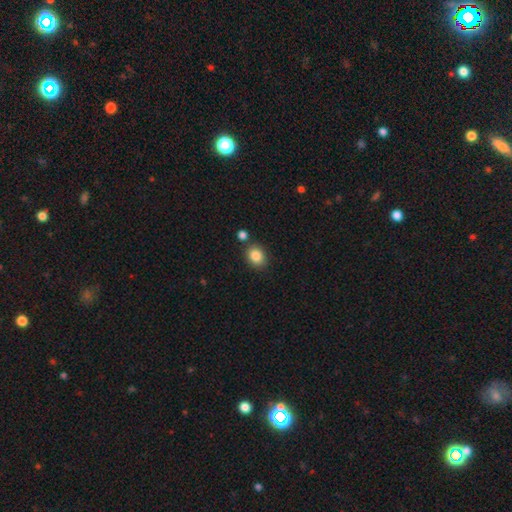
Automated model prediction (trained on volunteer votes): A smooth galaxy with no disk features (86%) that is round (54%).

Vote fractions:
- Smooth or featured? smooth: 86% / star or artifact: 9% / featured or disk: 5%
- How rounded? round: 54% / in between: 45% / cigar-shaped: 1%
- Merging? none: 77% / minor disturbance: 11% / merger: 9% / major disturbance: 3%